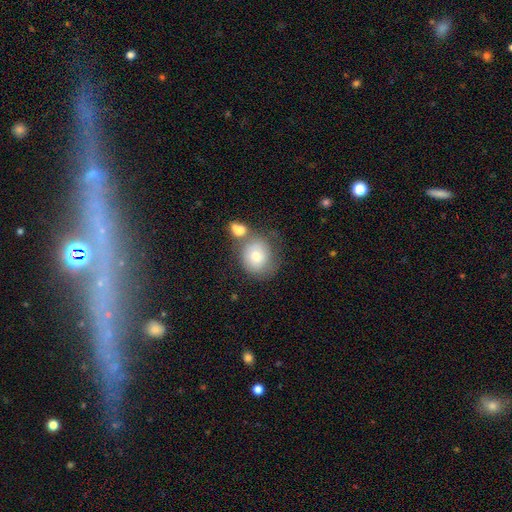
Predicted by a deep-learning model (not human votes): Morphology: type=smooth (74%); roundness=round (73%); merging=none (43%).